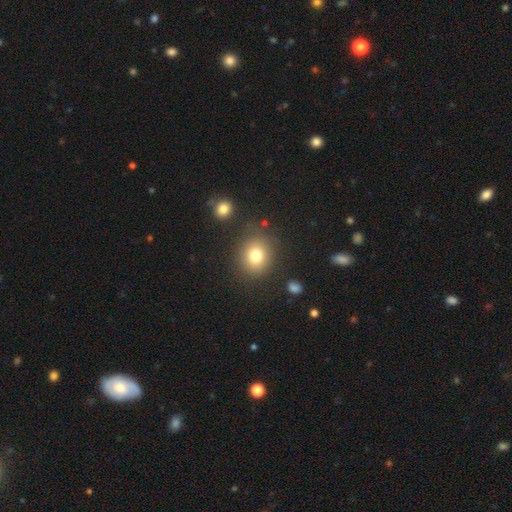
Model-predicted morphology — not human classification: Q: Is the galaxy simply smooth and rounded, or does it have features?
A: smooth — 78%.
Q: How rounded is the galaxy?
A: round — 74%.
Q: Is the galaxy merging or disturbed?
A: none — 82%.